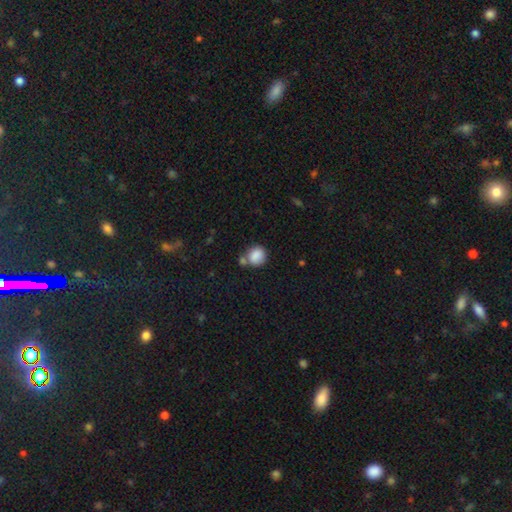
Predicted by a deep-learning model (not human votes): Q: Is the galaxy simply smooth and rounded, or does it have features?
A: smooth — 86%.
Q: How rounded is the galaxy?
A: round — 75%.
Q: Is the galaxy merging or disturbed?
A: none — 50%.